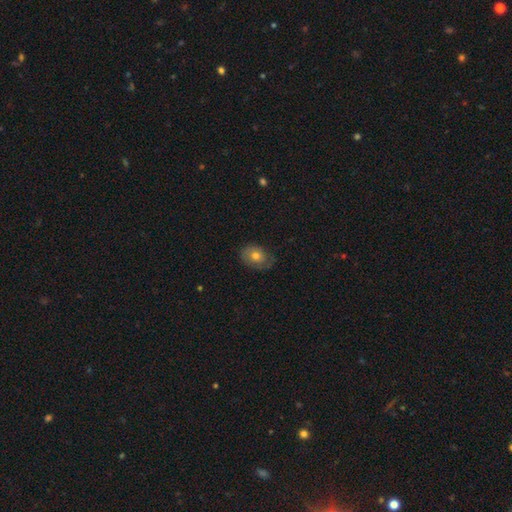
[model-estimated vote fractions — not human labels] This appears to be a smooth galaxy with no disk features (69%) that is in between round and cigar-shaped (66%). Merging: none (68%).